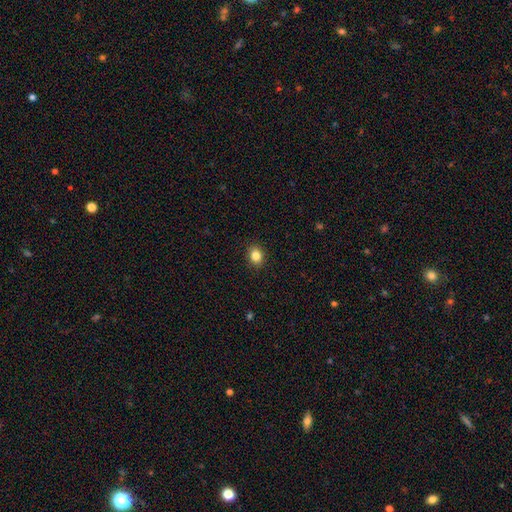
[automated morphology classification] This is clearly a smooth galaxy (84%). How rounded: possibly round (52%). Merging: clearly none (91%).